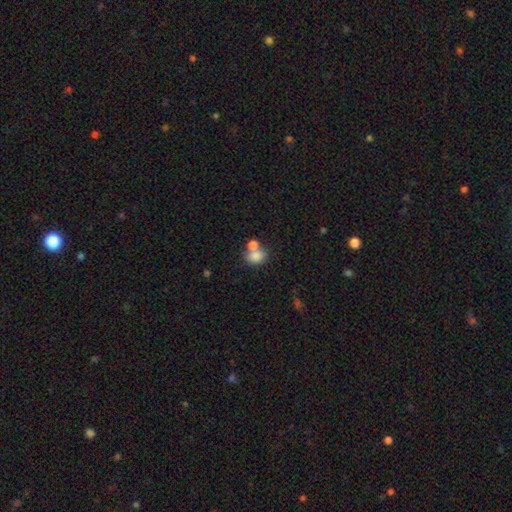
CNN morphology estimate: A smooth galaxy with no disk features (81%) that is in between round and cigar-shaped (66%). Merging: none (43%).